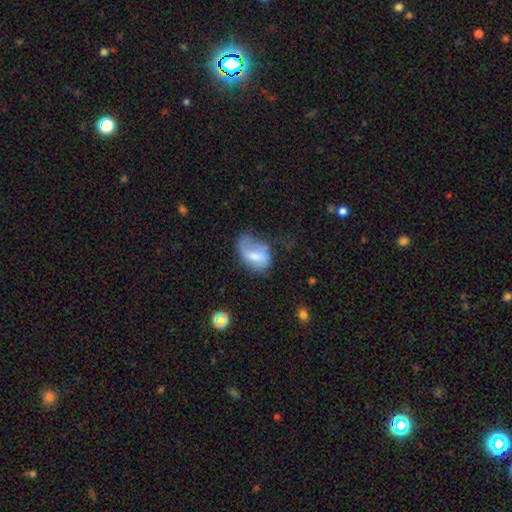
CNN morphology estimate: smooth-or-featured: smooth: 61% | featured or disk: 30% | star or artifact: 9%
  how-rounded: in between: 85% | round: 14% | cigar-shaped: 2%
  merging: major disturbance: 36% | minor disturbance: 31% | none: 28% | merger: 5%